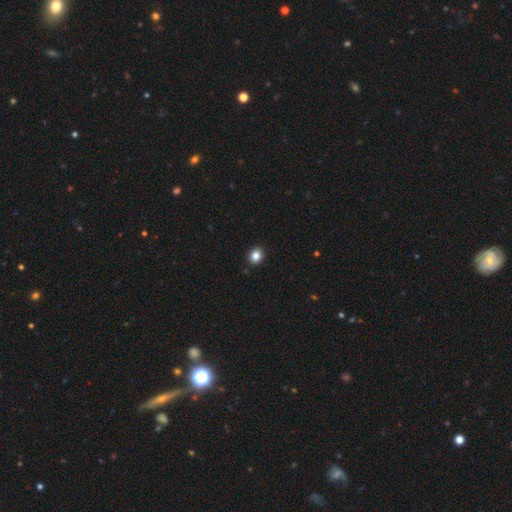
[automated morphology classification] A smooth galaxy with no disk features (85%) that is round (65%).

Vote fractions:
- Smooth or featured? smooth: 85% / star or artifact: 11% / featured or disk: 4%
- How rounded? round: 65% / in between: 34% / cigar-shaped: 1%
- Merging? none: 92% / minor disturbance: 6% / major disturbance: 2% / merger: 1%